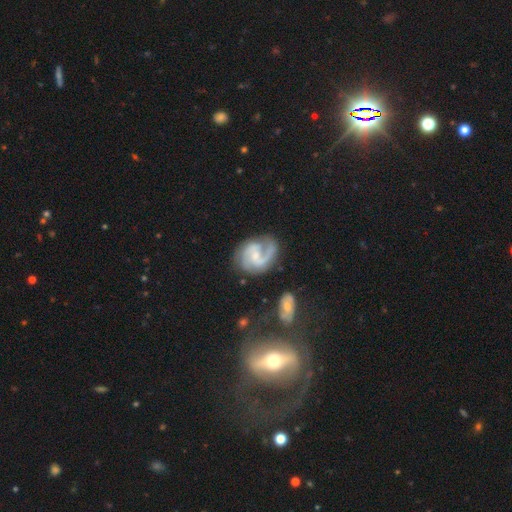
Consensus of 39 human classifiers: smooth_or_featured: featured or disk (p=0.90) [alt: smooth p=0.05]
disk_edge_on: no (p=1.00)
bar: weak (p=0.49) [alt: strong p=0.29]
has_spiral_arms: yes (p=1.00)
spiral_winding: medium (p=0.71) [alt: loose p=0.17]
spiral_arm_count: 2 (p=0.91) [alt: 1 p=0.06]
bulge_size: small (p=0.57) [alt: moderate p=0.23]
merging: none (p=0.73) [alt: minor disturbance p=0.14]